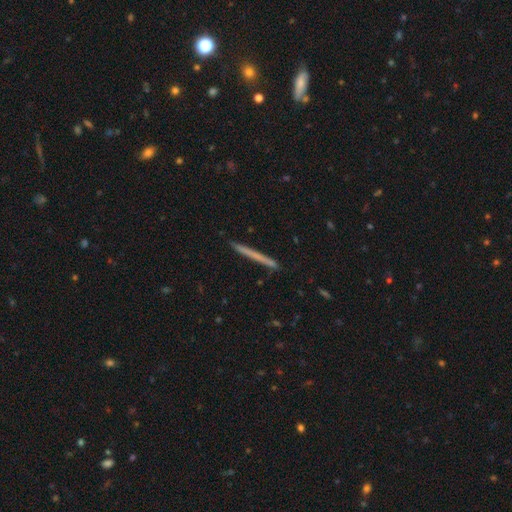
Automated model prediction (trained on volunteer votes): A smooth galaxy with no disk features (57%) that is cigar-shaped (97%). Merging: none (92%).